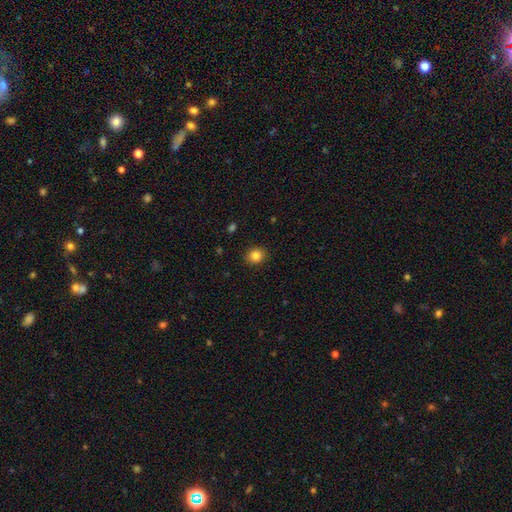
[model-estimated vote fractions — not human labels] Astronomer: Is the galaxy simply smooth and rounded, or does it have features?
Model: smooth — 84%.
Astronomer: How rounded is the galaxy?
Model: round — 73%.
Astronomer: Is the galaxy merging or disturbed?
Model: none — 89%.